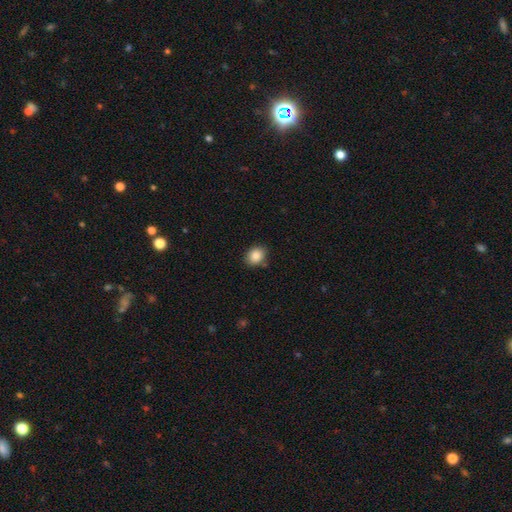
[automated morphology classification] Smooth or featured? Predicted: smooth (p=0.86). How rounded? Predicted: round (p=0.50). Merging? Predicted: none (p=0.84).